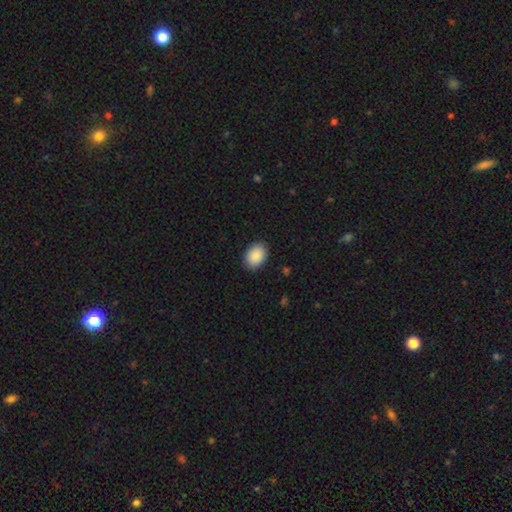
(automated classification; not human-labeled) This is clearly a smooth galaxy (90%). How rounded: likely in between (75%). Merging: clearly none (88%).